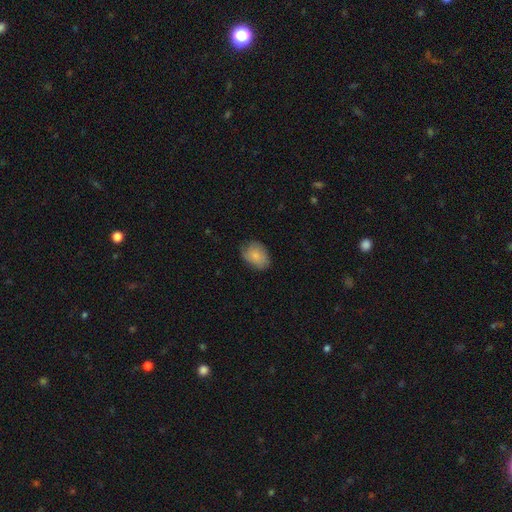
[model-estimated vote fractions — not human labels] Q: Smooth or featured?
A: smooth (83%); runner-up: featured or disk (10%)
Q: How rounded?
A: in between (71%); runner-up: round (28%)
Q: Merging?
A: none (71%); runner-up: minor disturbance (23%)